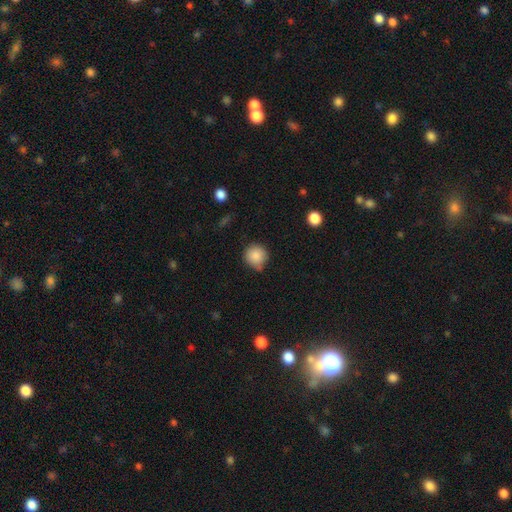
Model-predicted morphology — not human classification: Smooth or featured? Predicted: smooth (p=0.86). How rounded? Predicted: round (p=0.93). Merging? Predicted: none (p=0.74).